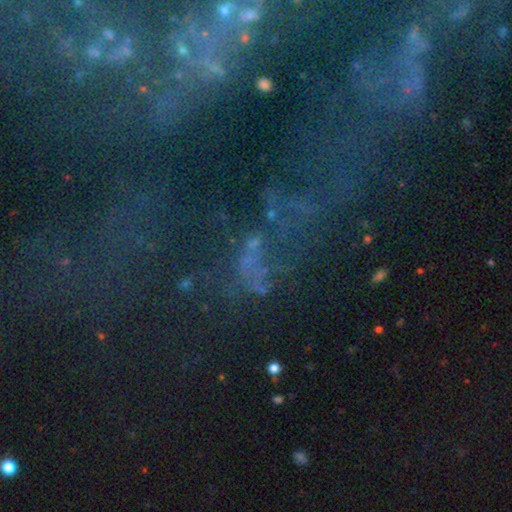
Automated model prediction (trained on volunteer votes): smooth_or_featured: star or artifact (p=0.48) [alt: featured or disk p=0.30]